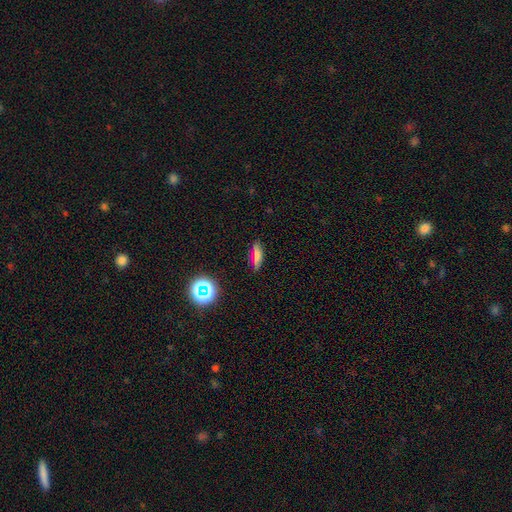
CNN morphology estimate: Smooth or featured: smooth — 69% (star or artifact — 16%)
How rounded: cigar-shaped — 49% (in between — 47%)
Merging: none — 85% (minor disturbance — 11%)